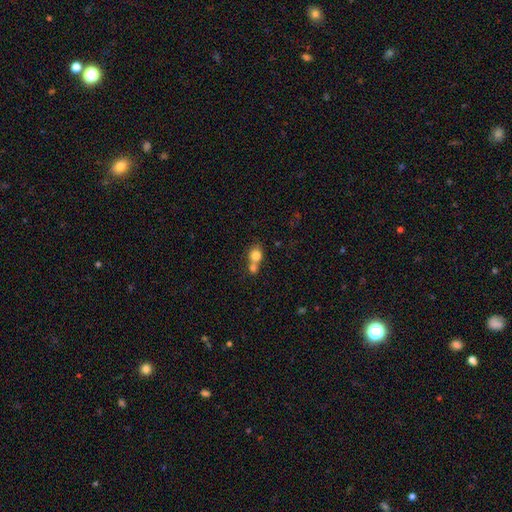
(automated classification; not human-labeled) Smooth or featured? Predicted: smooth (p=0.78). How rounded? Predicted: round (p=0.71). Merging? Predicted: merger (p=0.59).